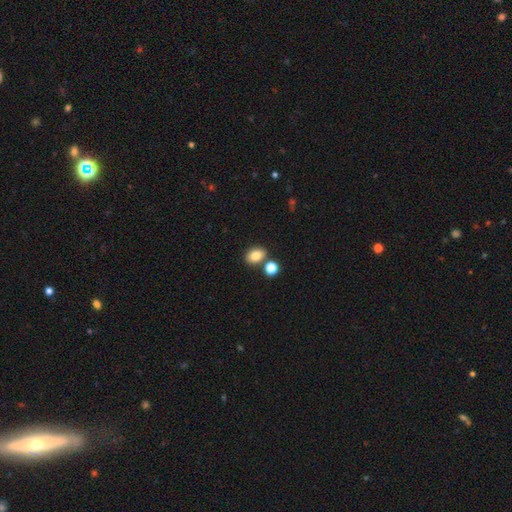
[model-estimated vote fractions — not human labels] smooth 82%, star or artifact 10%, featured or disk 8%. Down the decision tree: how rounded — in between (72%); merging — none (71%).